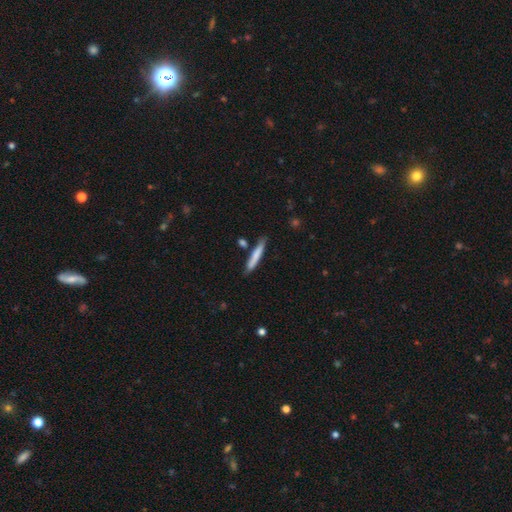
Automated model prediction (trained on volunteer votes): smooth-or-featured: smooth: 74% | featured or disk: 20% | star or artifact: 5%
  how-rounded: cigar-shaped: 94% | in between: 5% | round: 1%
  merging: none: 81% | minor disturbance: 12% | merger: 5% | major disturbance: 2%